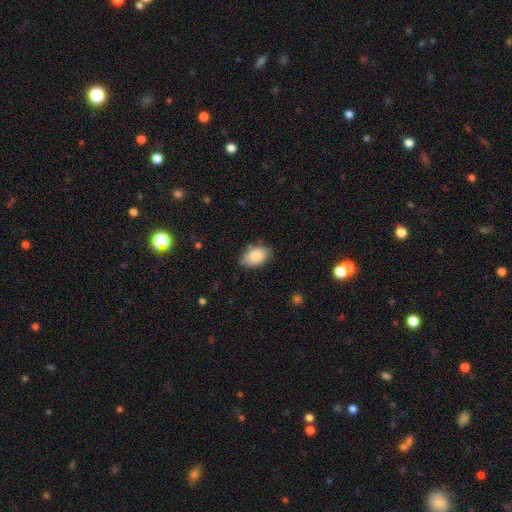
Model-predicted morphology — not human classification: Smooth or featured? smooth (84%)
How rounded? in between (90%)
Merging? none (75%)